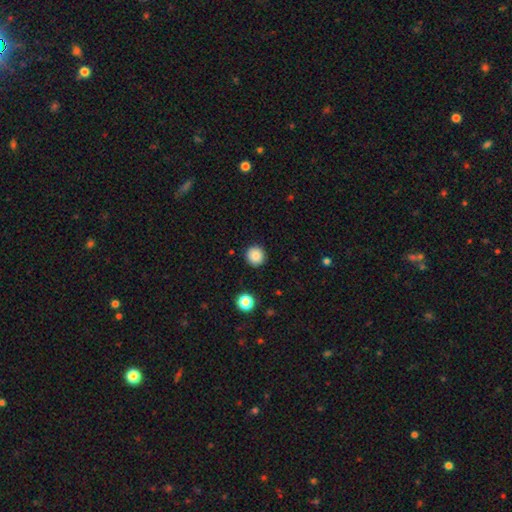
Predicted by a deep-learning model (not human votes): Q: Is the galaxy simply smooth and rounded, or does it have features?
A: smooth — 86%.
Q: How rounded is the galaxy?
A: round — 95%.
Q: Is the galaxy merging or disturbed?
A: none — 92%.